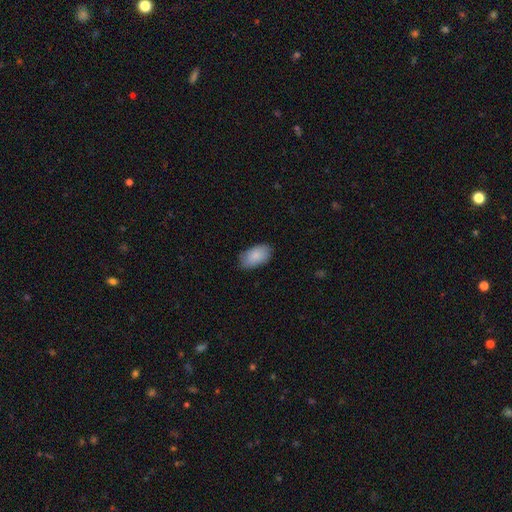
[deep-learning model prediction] Smooth or featured? Predicted: smooth (p=0.85). How rounded? Predicted: in between (p=0.94). Merging? Predicted: none (p=0.80).